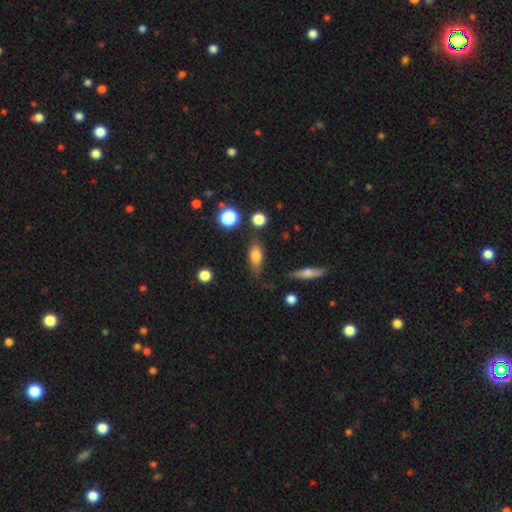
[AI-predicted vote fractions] smooth_or_featured: smooth (p=0.73) [alt: featured or disk p=0.19]
how_rounded: in between (p=0.72) [alt: cigar-shaped p=0.22]
merging: none (p=0.70) [alt: minor disturbance p=0.20]